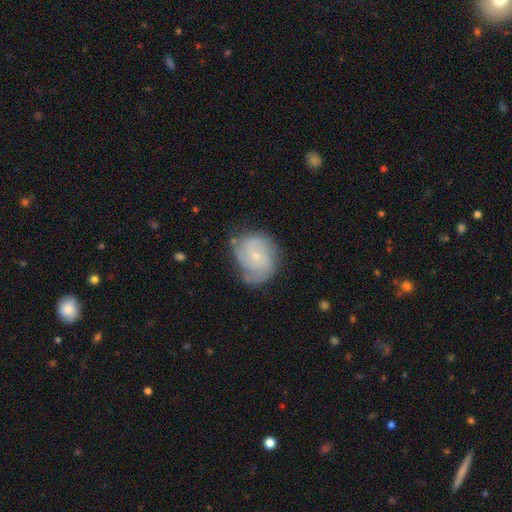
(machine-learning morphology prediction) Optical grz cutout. It shows a featured or disk galaxy (66%) with no bar (75%), tight (45%) spiral arms (88%) and a small central bulge (80%). Merging: none (59%).